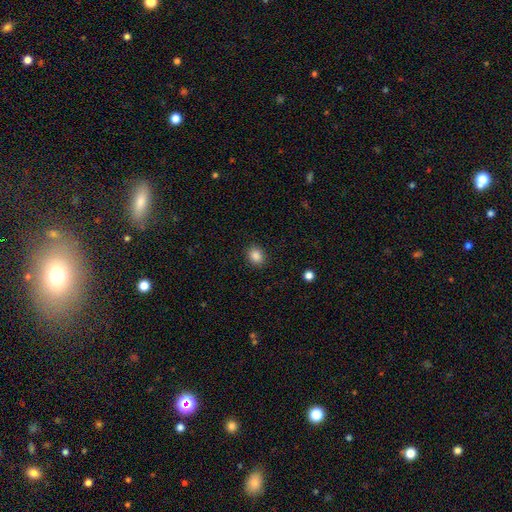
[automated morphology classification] This appears to be a smooth galaxy with no disk features (86%) that is round (56%). Merging: none (90%).